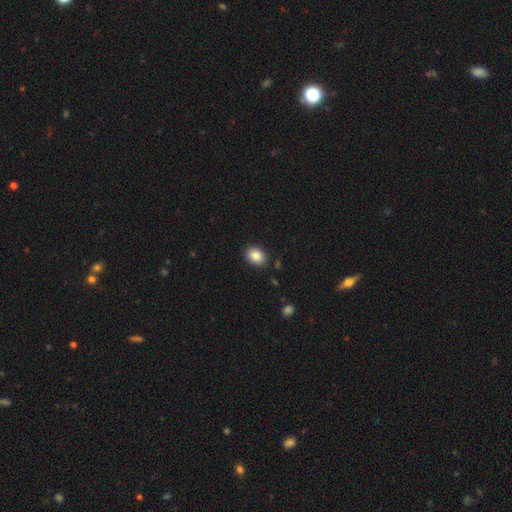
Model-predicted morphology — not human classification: Smooth or featured?
  - smooth: 86% *
  - star or artifact: 8%
  - featured or disk: 5%
How rounded?
  - in between: 67% *
  - round: 32%
  - cigar-shaped: 1%
Merging?
  - none: 87% *
  - minor disturbance: 9%
  - major disturbance: 2%
  - merger: 2%